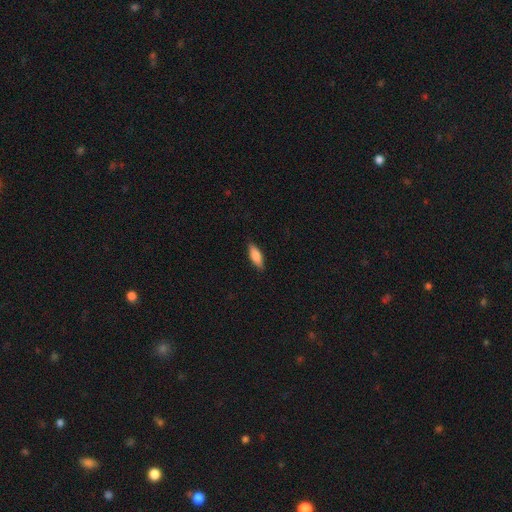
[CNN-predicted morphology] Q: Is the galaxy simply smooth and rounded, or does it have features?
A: smooth — 78%.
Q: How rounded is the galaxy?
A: in between — 60%.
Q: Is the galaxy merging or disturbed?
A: none — 88%.